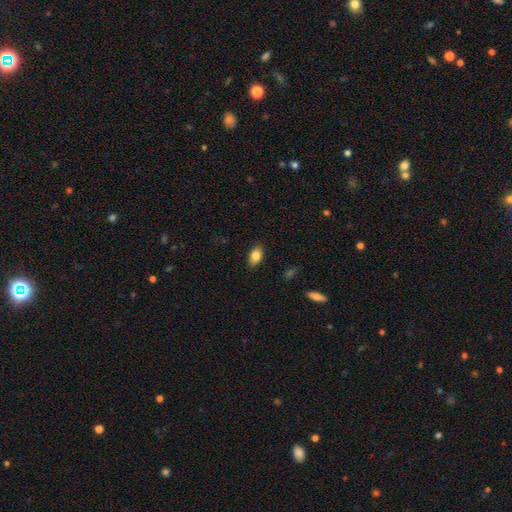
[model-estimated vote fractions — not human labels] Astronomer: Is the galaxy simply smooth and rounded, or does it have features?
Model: smooth — 82%.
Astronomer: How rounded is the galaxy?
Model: in between — 88%.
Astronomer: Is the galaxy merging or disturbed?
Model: none — 86%.